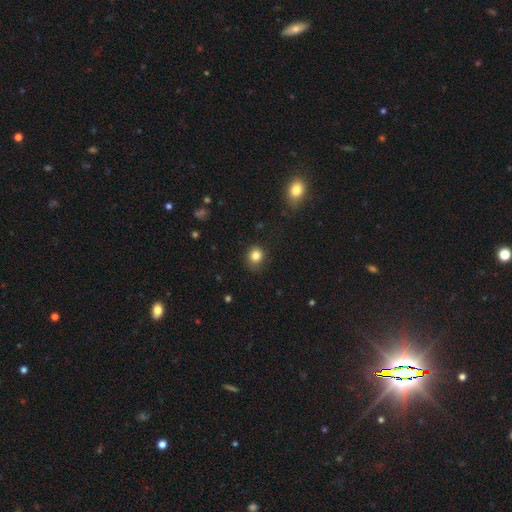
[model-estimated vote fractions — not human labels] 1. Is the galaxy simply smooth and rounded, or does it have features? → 83% smooth, 11% star or artifact, 5% featured or disk.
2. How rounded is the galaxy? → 80% round, 19% in between, 1% cigar-shaped.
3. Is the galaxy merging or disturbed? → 81% none, 14% minor disturbance, 3% major disturbance, 1% merger.